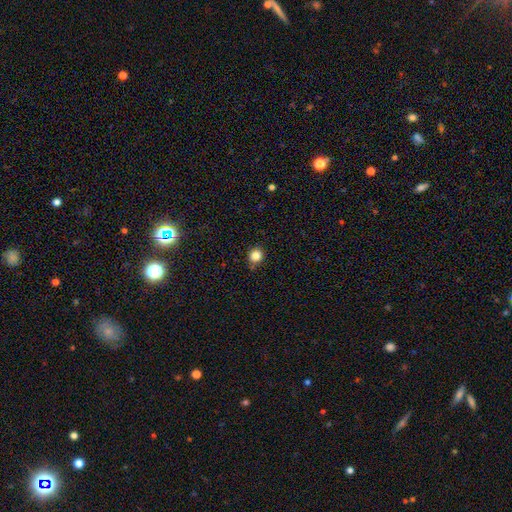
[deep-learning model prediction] Smooth or featured?
  - smooth: 83% *
  - star or artifact: 12%
  - featured or disk: 5%
How rounded?
  - round: 89% *
  - in between: 10%
  - cigar-shaped: 1%
Merging?
  - none: 86% *
  - minor disturbance: 10%
  - major disturbance: 2%
  - merger: 2%